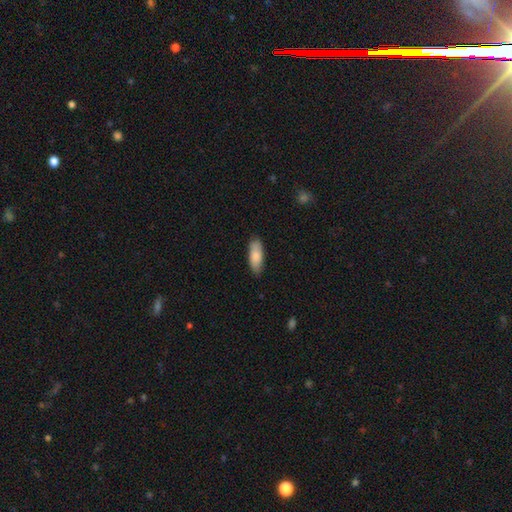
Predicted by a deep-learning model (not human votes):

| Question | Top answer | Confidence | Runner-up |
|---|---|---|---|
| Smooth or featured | smooth | 85% | featured or disk (10%) |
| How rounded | in between | 72% | cigar-shaped (26%) |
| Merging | none | 85% | minor disturbance (12%) |